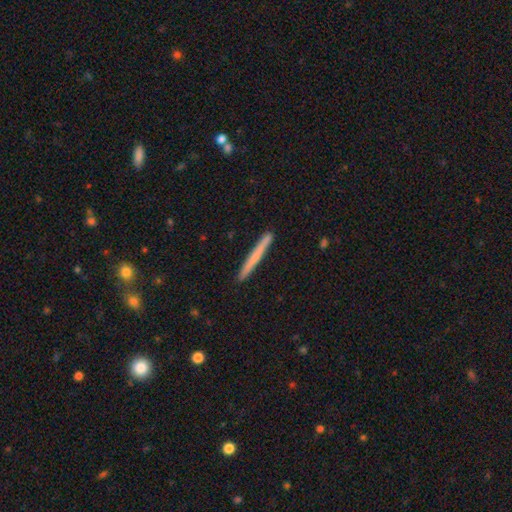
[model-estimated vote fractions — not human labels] Overall: smooth (61%; featured or disk 33%). How rounded: cigar-shaped (97%). Merging: none (92%).